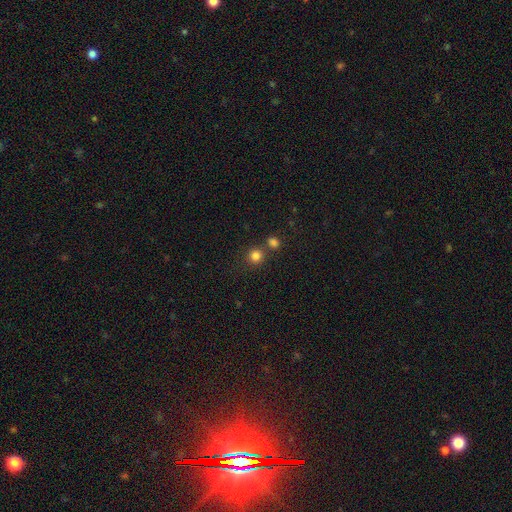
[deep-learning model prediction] smooth 81%, star or artifact 14%, featured or disk 5%. Down the decision tree: how rounded — round (91%); merging — none (70%).